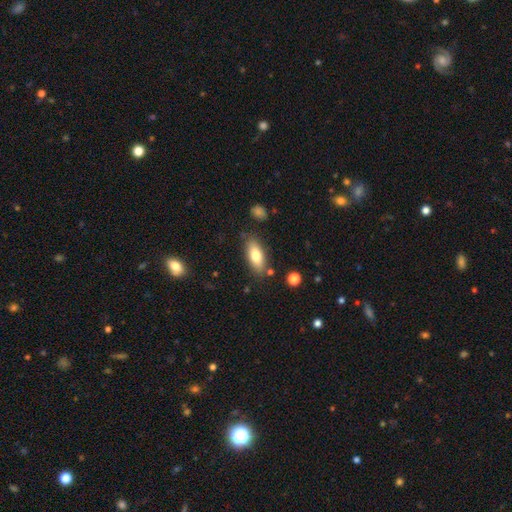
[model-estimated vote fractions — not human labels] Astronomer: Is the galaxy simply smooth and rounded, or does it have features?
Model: smooth — 76%.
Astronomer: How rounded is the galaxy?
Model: in between — 77%.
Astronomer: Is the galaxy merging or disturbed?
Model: none — 80%.